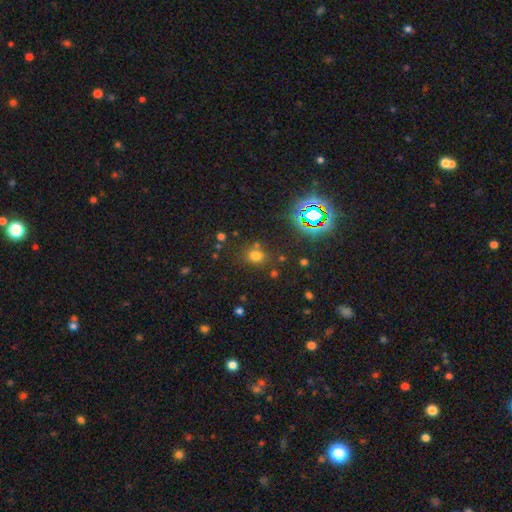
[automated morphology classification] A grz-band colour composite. It shows a smooth galaxy with no disk features (67%) that is round (70%). Merging: none (73%).